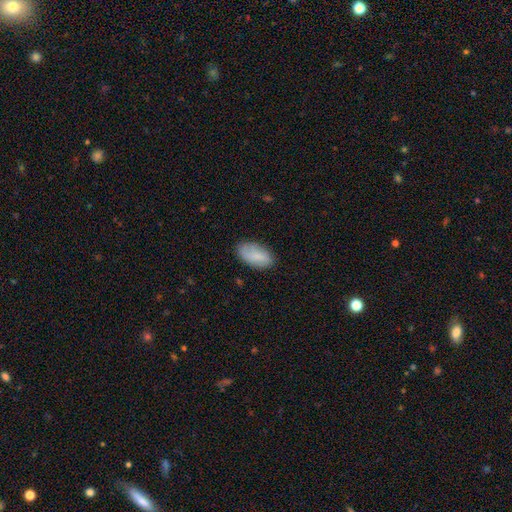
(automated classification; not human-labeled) Smooth or featured? smooth (80%)
How rounded? in between (94%)
Merging? none (77%)